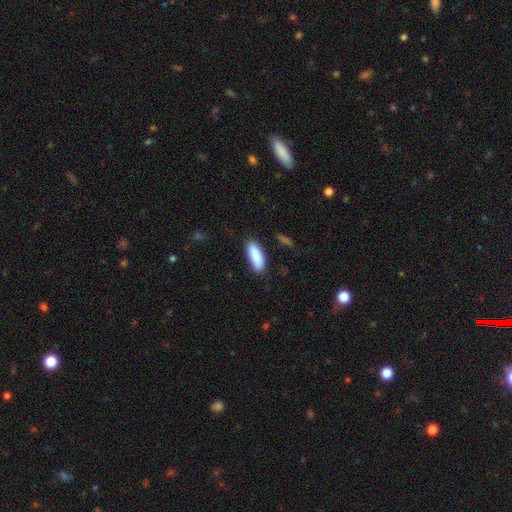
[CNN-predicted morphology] Smooth or featured? smooth (89%)
How rounded? in between (69%)
Merging? none (84%)